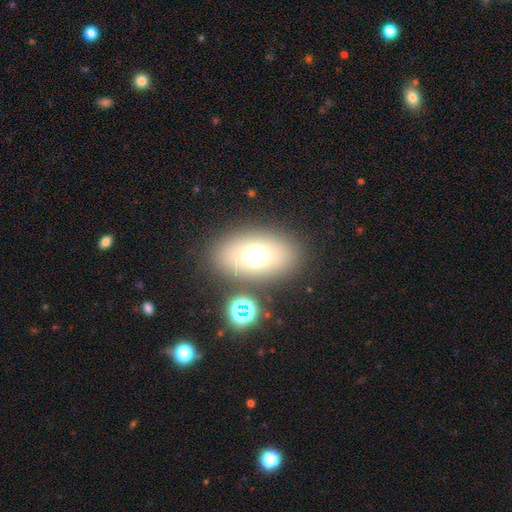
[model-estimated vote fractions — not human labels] A smooth galaxy with no disk features (66%) that is in between round and cigar-shaped (79%). Merging: none (77%).